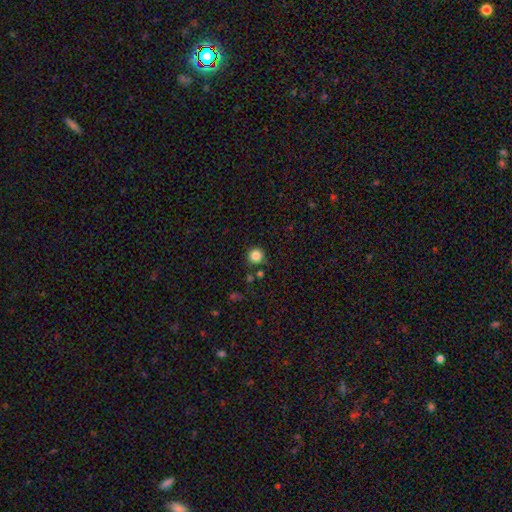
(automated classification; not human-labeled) Q: Smooth or featured?
A: smooth (85%); runner-up: star or artifact (11%)
Q: How rounded?
A: round (95%); runner-up: in between (4%)
Q: Merging?
A: none (85%); runner-up: minor disturbance (8%)